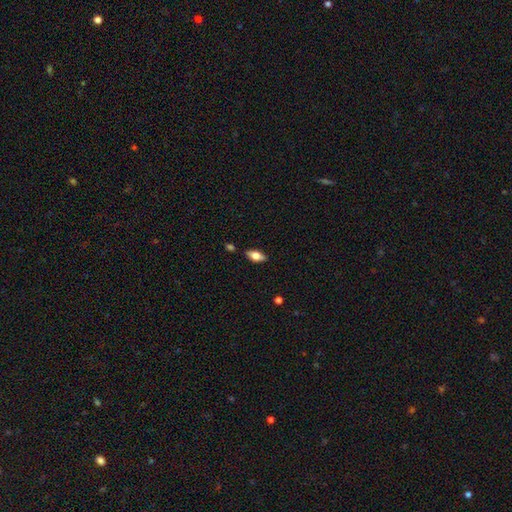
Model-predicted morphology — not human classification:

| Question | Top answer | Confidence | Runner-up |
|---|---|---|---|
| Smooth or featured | smooth | 67% | featured or disk (26%) |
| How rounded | in between | 85% | cigar-shaped (12%) |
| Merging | none | 84% | minor disturbance (11%) |